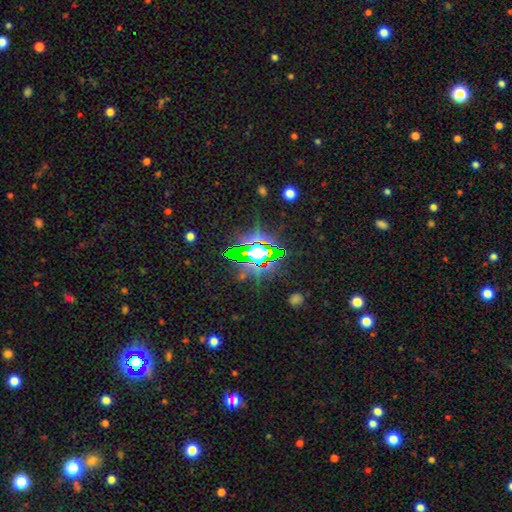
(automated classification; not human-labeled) Morphology: type=star or artifact (76%).